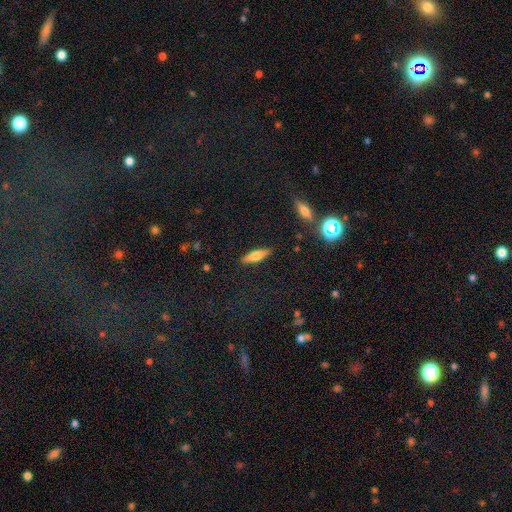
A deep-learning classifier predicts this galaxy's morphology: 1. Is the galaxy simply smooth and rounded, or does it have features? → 58% smooth, 34% featured or disk, 8% star or artifact.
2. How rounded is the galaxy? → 61% cigar-shaped, 36% in between, 2% round.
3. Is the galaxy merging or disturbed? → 88% none, 9% minor disturbance, 2% major disturbance, 1% merger.